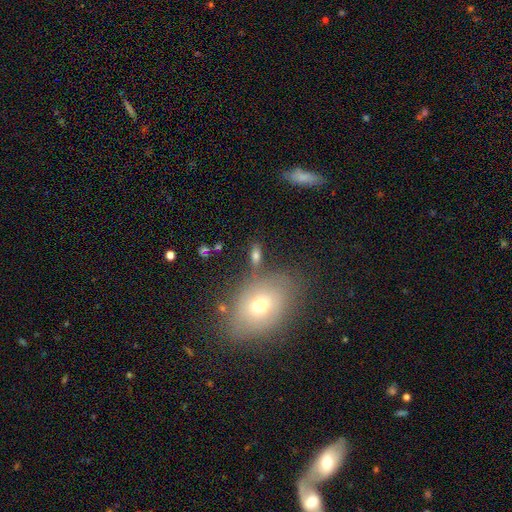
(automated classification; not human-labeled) Morphology: type=smooth (67%); roundness=in between (72%); merging=none (70%).